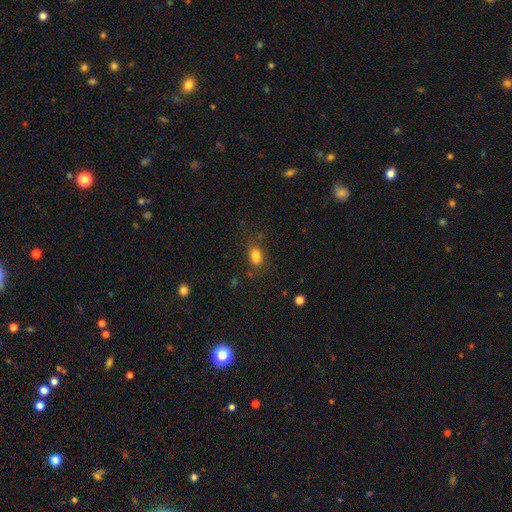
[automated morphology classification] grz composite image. It shows a smooth galaxy with no disk features (82%) that is in between round and cigar-shaped (81%). Merging: none (73%).